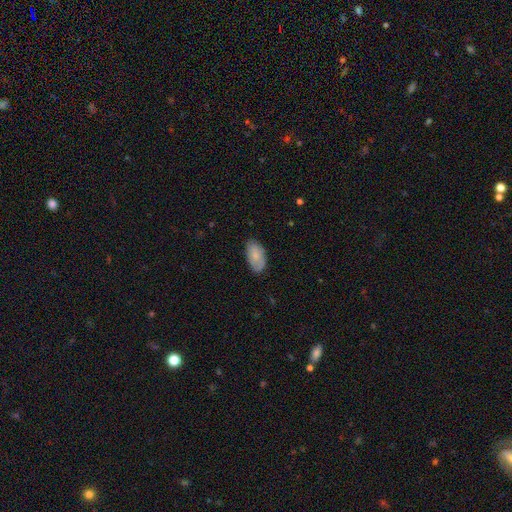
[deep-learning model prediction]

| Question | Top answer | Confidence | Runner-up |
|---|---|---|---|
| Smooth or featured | smooth | 81% | featured or disk (13%) |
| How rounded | in between | 95% | round (3%) |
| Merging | none | 77% | minor disturbance (19%) |